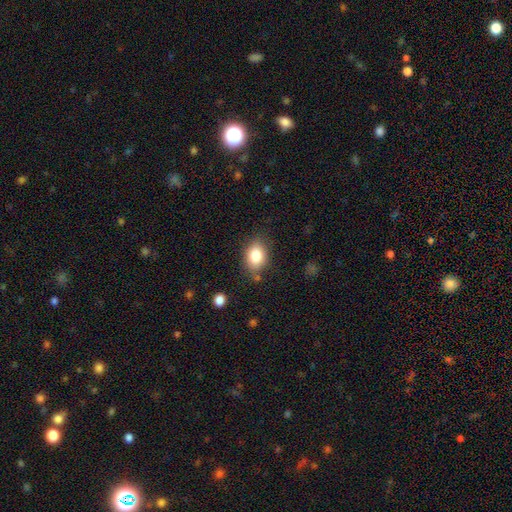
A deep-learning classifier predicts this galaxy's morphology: Smooth or featured: smooth — 81% (featured or disk — 10%)
How rounded: in between — 73% (round — 26%)
Merging: none — 77% (minor disturbance — 17%)